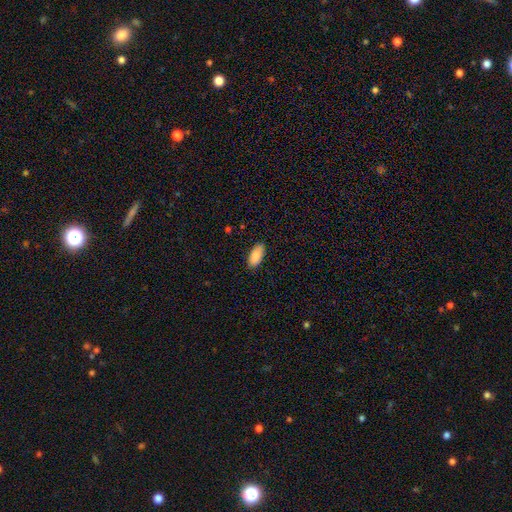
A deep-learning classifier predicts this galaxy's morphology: Smooth or featured? Predicted: smooth (p=0.85). How rounded? Predicted: in between (p=0.92). Merging? Predicted: none (p=0.87).